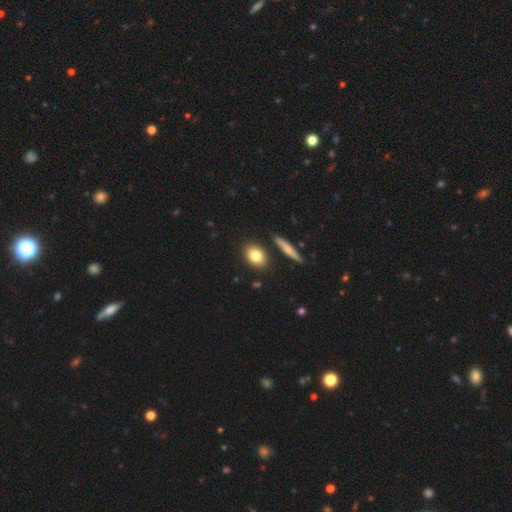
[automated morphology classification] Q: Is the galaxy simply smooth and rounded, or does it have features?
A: smooth — 81%.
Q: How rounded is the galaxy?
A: in between — 61%.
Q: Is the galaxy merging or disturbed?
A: none — 84%.